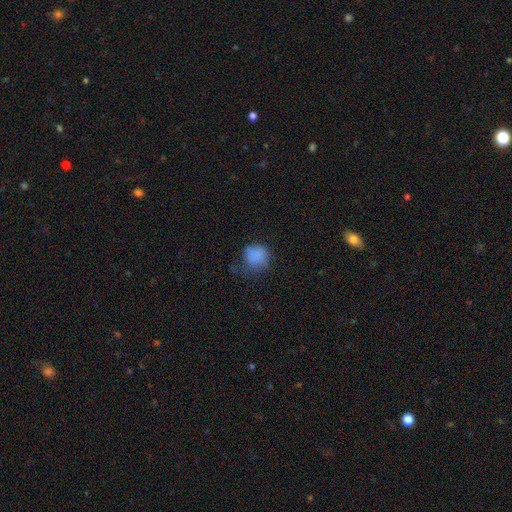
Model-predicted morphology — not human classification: The model was most divided on "merging": none: 41%, minor disturbance: 30%, major disturbance: 26%, merger: 3%. More confident: smooth or featured — smooth (76%); how rounded — round (76%).